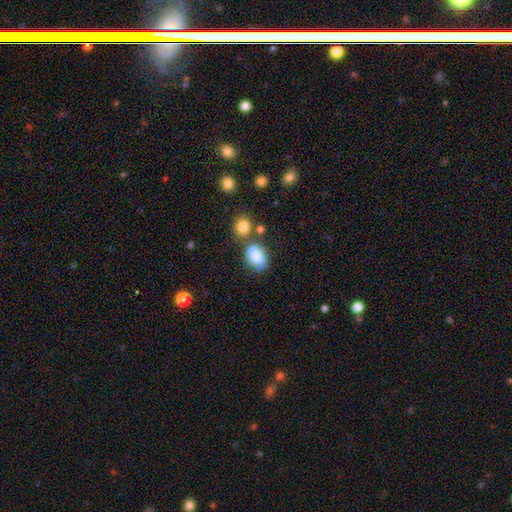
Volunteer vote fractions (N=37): Smooth or featured? 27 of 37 (73%) said smooth. How rounded? 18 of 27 (67%) said in between. Merging? 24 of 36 (67%) said none.